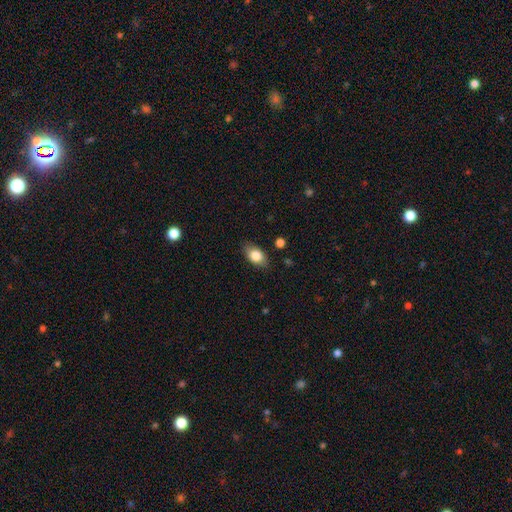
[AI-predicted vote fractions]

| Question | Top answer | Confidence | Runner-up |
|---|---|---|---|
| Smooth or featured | smooth | 81% | featured or disk (12%) |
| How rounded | in between | 87% | round (11%) |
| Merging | none | 83% | minor disturbance (13%) |